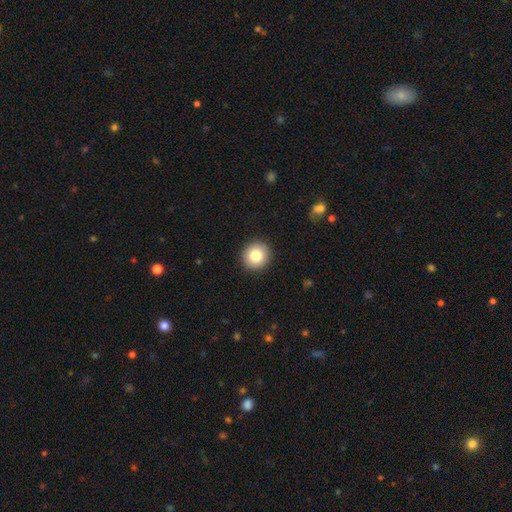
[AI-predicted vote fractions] The model was most divided on "smooth or featured": smooth: 84%, star or artifact: 8%, featured or disk: 7%. More confident: how rounded — round (93%); merging — none (92%).